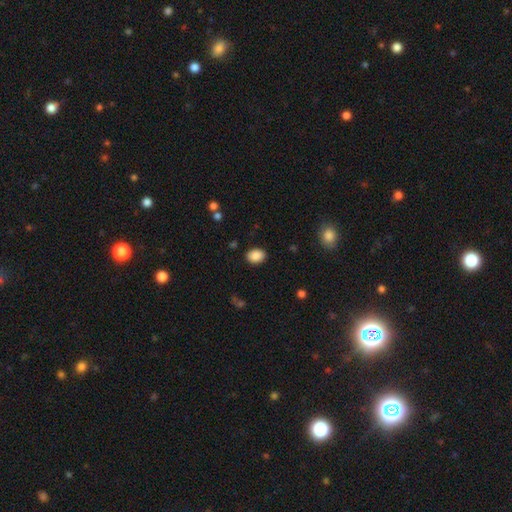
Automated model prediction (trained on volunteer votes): This appears to be a smooth galaxy with no disk features (88%) that is in between round and cigar-shaped (70%). Merging: none (87%).